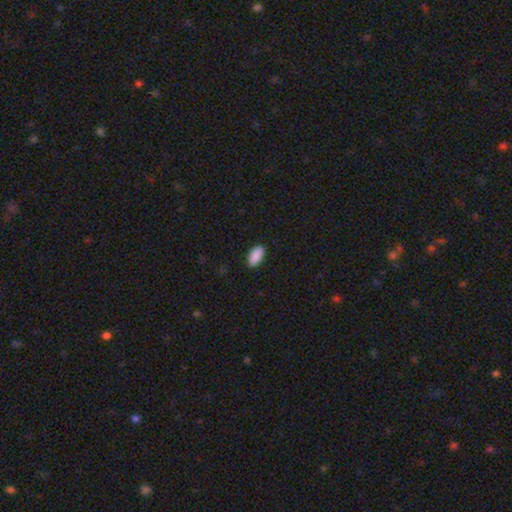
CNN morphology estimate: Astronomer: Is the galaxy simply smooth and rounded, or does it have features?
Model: smooth — 91%.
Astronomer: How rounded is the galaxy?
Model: in between — 94%.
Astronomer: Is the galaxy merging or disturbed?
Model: none — 88%.